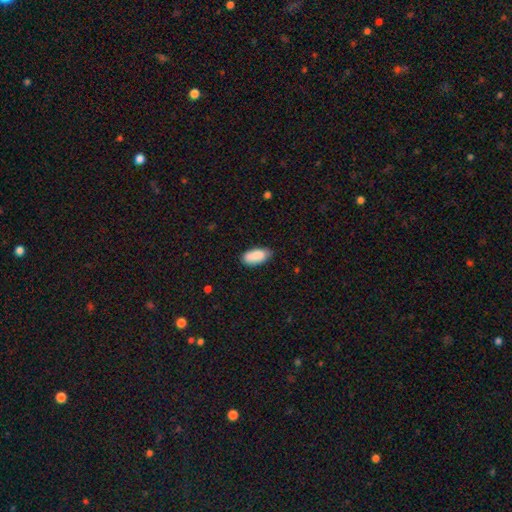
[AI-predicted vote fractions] A smooth galaxy with no disk features (88%) that is in between round and cigar-shaped (91%). Merging: none (75%).